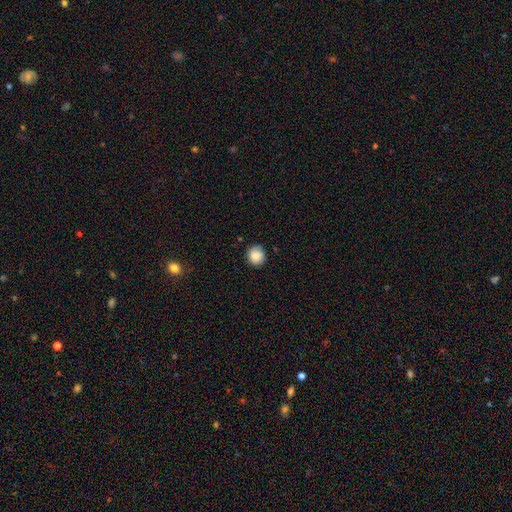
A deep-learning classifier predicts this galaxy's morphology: The model was most divided on "merging": none: 84%, minor disturbance: 12%, major disturbance: 2%, merger: 1%. More confident: how rounded — round (89%); smooth or featured — smooth (86%).